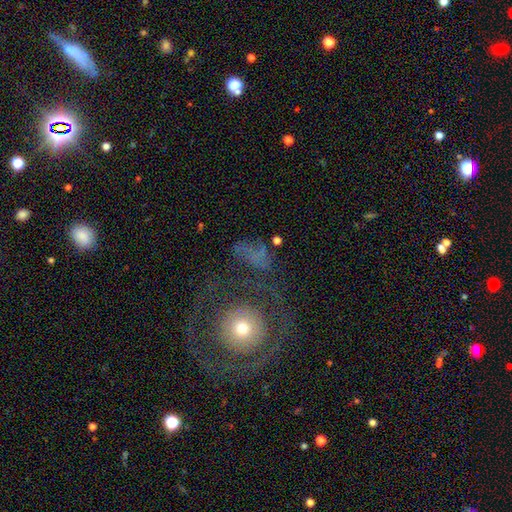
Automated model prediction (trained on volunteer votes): smooth_or_featured: featured or disk (p=0.46) [alt: smooth p=0.38]
merging: none (p=0.54) [alt: major disturbance p=0.24]